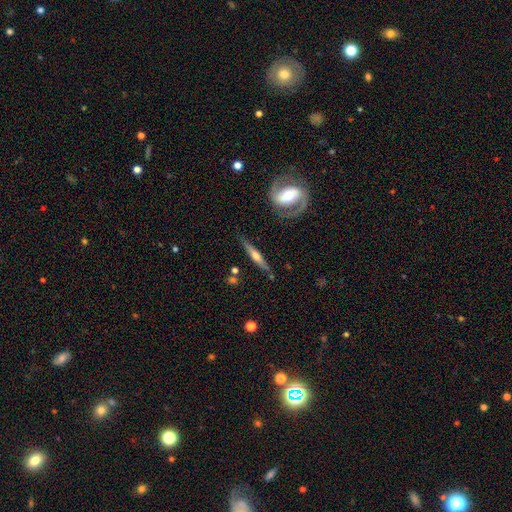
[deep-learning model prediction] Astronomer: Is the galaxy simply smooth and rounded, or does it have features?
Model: featured or disk — 63%.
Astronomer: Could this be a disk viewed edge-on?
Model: yes — 92%.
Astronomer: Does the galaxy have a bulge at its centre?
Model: rounded — 82%.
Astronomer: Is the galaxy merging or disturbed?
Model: none — 82%.